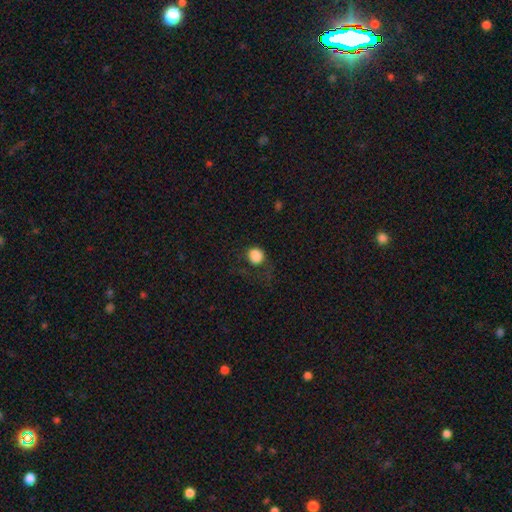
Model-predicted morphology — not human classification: type=smooth (85%); roundness=round (80%); merging=none (53%).